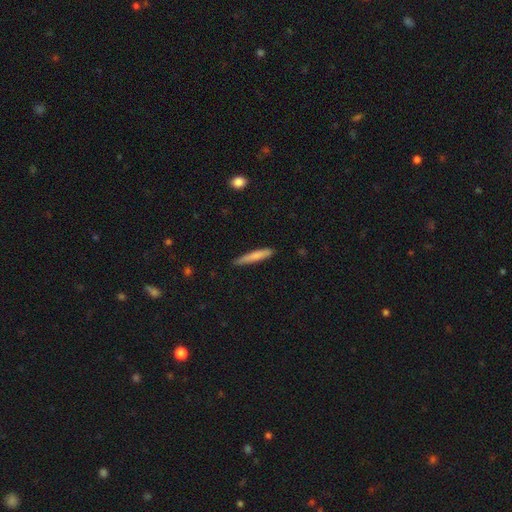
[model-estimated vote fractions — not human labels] Smooth or featured: smooth — 76% (featured or disk — 18%)
How rounded: cigar-shaped — 93% (in between — 6%)
Merging: none — 84% (minor disturbance — 13%)